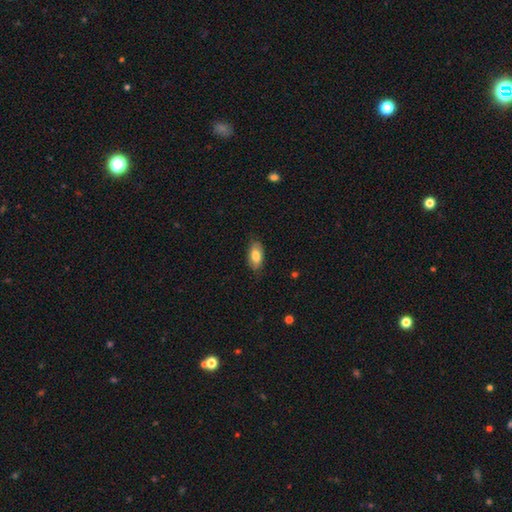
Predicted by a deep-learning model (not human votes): smooth 77%, featured or disk 16%, star or artifact 7%. Down the decision tree: how rounded — in between (92%); merging — none (79%).